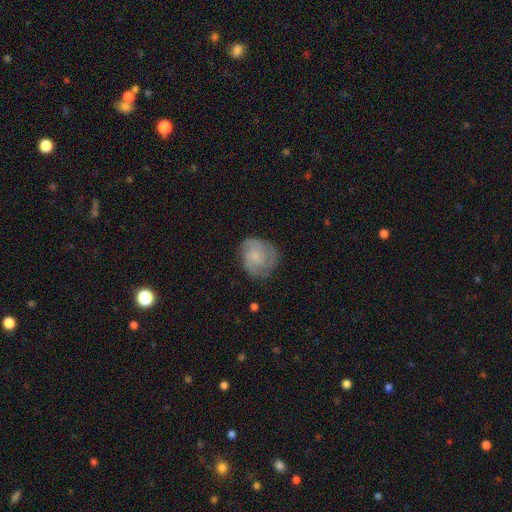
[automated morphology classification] A featured or disk galaxy (68%) with no bar (70%), 2 (35%) tight (54%) spiral arms (94%) and a small central bulge (59%). Merging: none (75%).